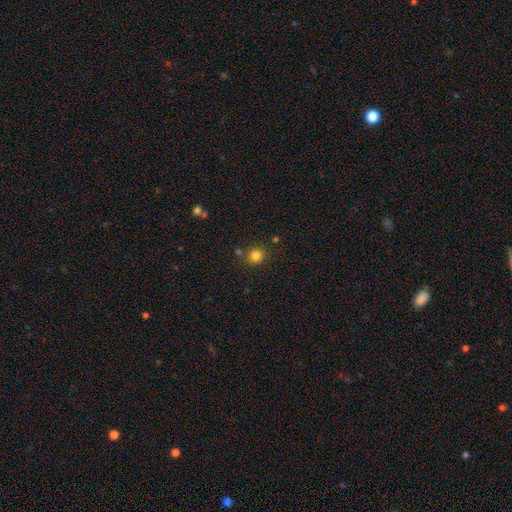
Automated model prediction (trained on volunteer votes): smooth-or-featured: smooth: 82% | star or artifact: 13% | featured or disk: 5%
  how-rounded: round: 89% | in between: 10% | cigar-shaped: 1%
  merging: none: 81% | minor disturbance: 9% | merger: 7% | major disturbance: 3%